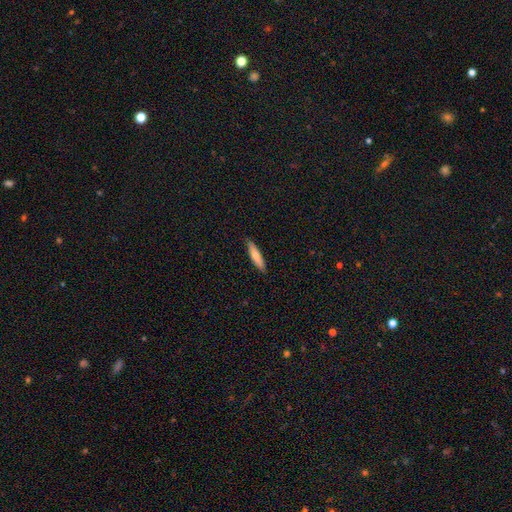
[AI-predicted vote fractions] Smooth or featured? Predicted: smooth (p=0.73). How rounded? Predicted: cigar-shaped (p=0.81). Merging? Predicted: none (p=0.89).